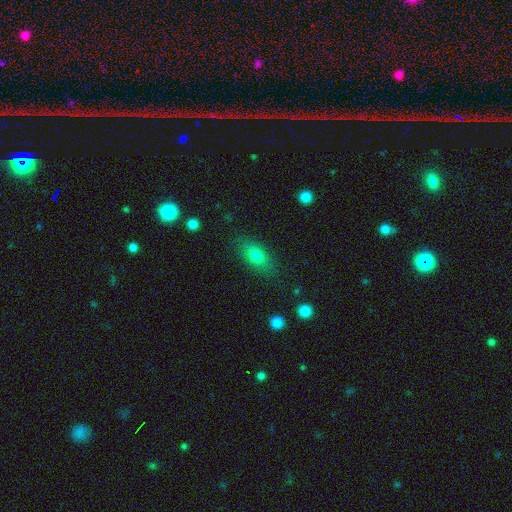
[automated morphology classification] smooth 77%, featured or disk 13%, star or artifact 9%. Down the decision tree: how rounded — in between (82%); merging — none (80%).